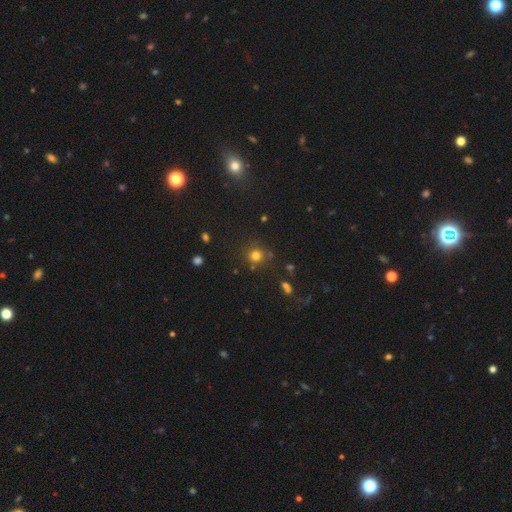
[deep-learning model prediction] A smooth galaxy with no disk features (73%) that is round (91%). Merging: none (80%).